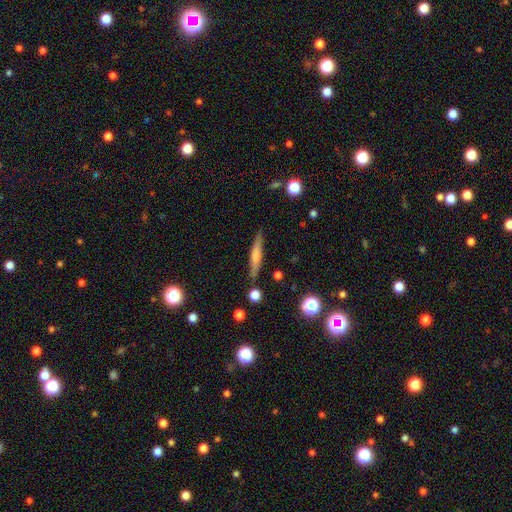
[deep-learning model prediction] smooth-or-featured: featured or disk: 53% | smooth: 38% | star or artifact: 9%
  disk-edge-on: yes: 95% | no: 5%
  merging: none: 89% | minor disturbance: 8% | merger: 2% | major disturbance: 2%